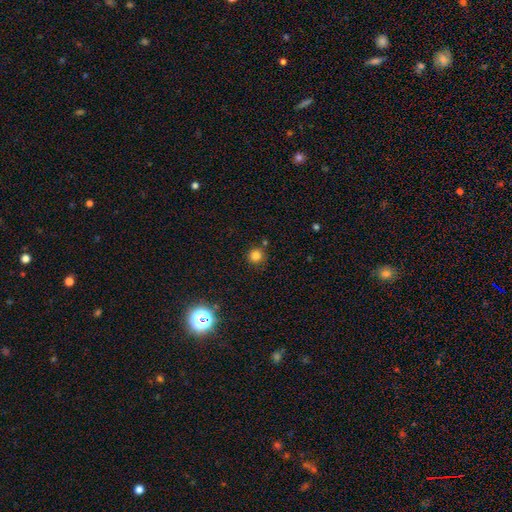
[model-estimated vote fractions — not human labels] smooth_or_featured: smooth (p=0.79) [alt: star or artifact p=0.15]
how_rounded: round (p=0.93) [alt: in between p=0.06]
merging: none (p=0.83) [alt: minor disturbance p=0.08]